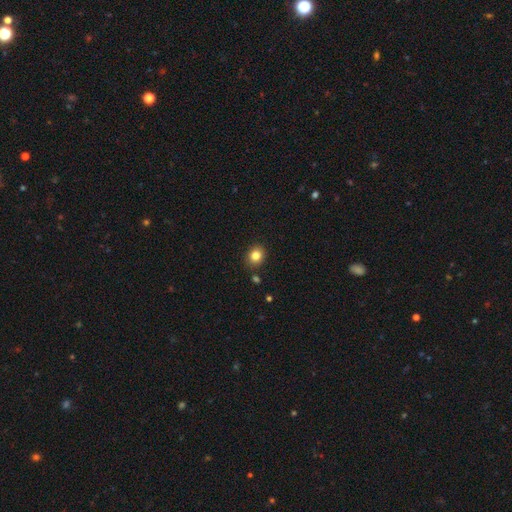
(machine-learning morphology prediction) Smooth or featured?
  - smooth: 83% *
  - star or artifact: 11%
  - featured or disk: 6%
How rounded?
  - round: 66% *
  - in between: 33%
  - cigar-shaped: 1%
Merging?
  - none: 86% *
  - minor disturbance: 8%
  - merger: 3%
  - major disturbance: 2%